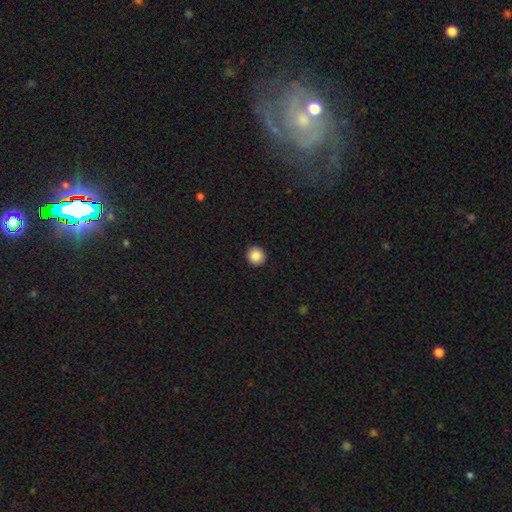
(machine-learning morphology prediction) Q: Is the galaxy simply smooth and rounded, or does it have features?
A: smooth — 87%.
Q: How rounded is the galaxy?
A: round — 93%.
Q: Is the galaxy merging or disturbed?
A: none — 93%.